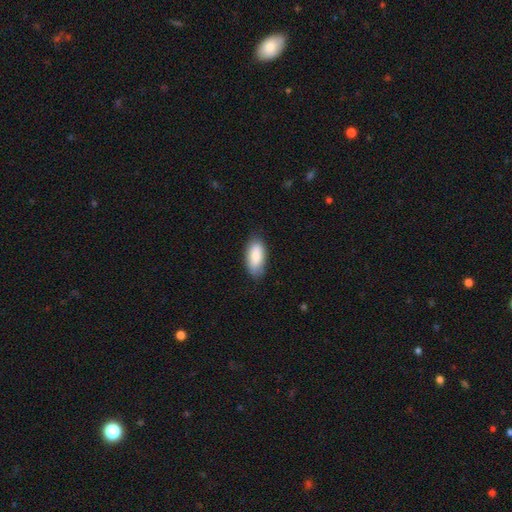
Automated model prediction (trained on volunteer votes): The model was most divided on "merging": none: 78%, minor disturbance: 18%, major disturbance: 3%, merger: 1%. More confident: how rounded — in between (89%); smooth or featured — smooth (85%).